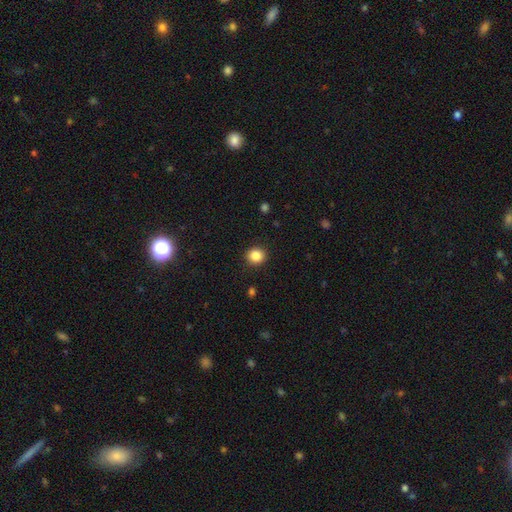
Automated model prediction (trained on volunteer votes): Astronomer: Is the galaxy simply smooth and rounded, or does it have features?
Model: smooth — 86%.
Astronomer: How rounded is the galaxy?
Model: round — 85%.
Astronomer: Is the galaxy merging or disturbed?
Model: none — 91%.